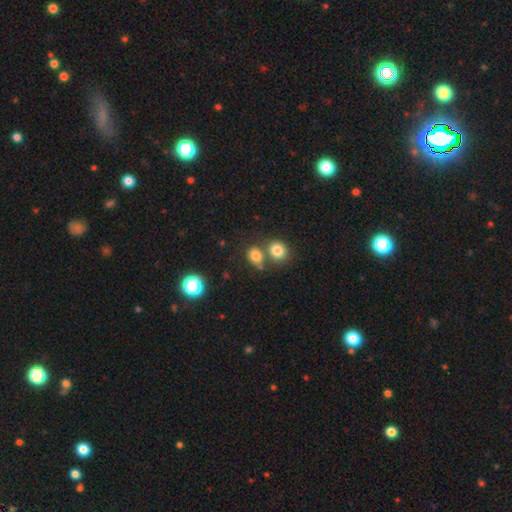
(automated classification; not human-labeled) Smooth or featured? smooth (79%)
How rounded? round (62%)
Merging? none (54%)